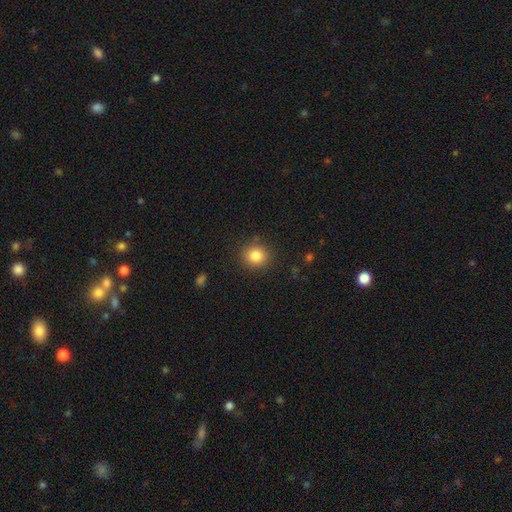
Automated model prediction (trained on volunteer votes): Smooth or featured?
  - smooth: 83% *
  - star or artifact: 11%
  - featured or disk: 6%
How rounded?
  - round: 87% *
  - in between: 12%
  - cigar-shaped: 1%
Merging?
  - none: 87% *
  - minor disturbance: 8%
  - major disturbance: 3%
  - merger: 2%